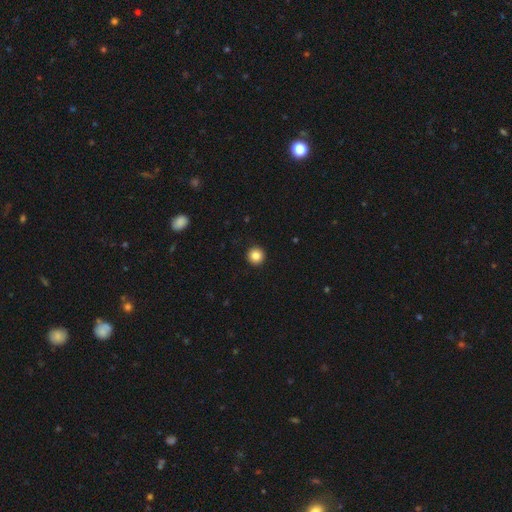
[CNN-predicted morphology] Q: Smooth or featured?
A: smooth (85%); runner-up: star or artifact (10%)
Q: How rounded?
A: round (96%); runner-up: in between (3%)
Q: Merging?
A: none (94%); runner-up: minor disturbance (4%)